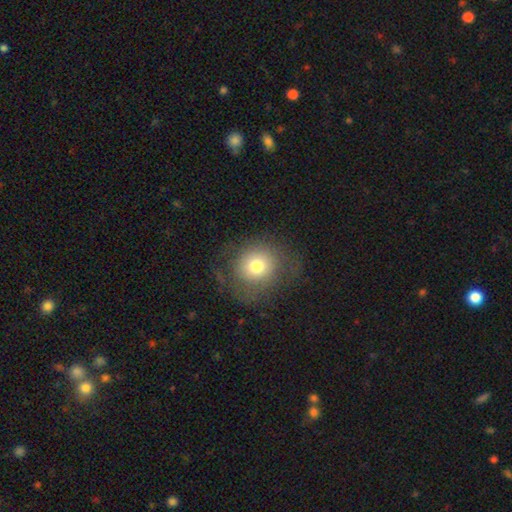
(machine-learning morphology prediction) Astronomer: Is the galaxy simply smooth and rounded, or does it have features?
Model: smooth — 70%.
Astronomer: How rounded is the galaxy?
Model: round — 82%.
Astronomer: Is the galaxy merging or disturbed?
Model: none — 68%.